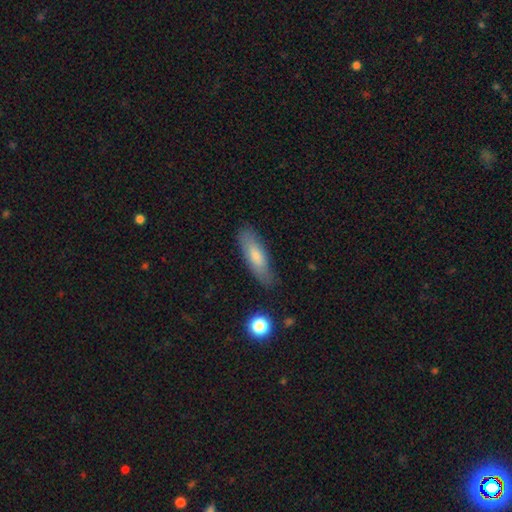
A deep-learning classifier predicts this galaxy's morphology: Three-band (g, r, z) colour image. It shows a smooth galaxy with no disk features (72%) that is cigar-shaped (54%). Merging: none (83%).